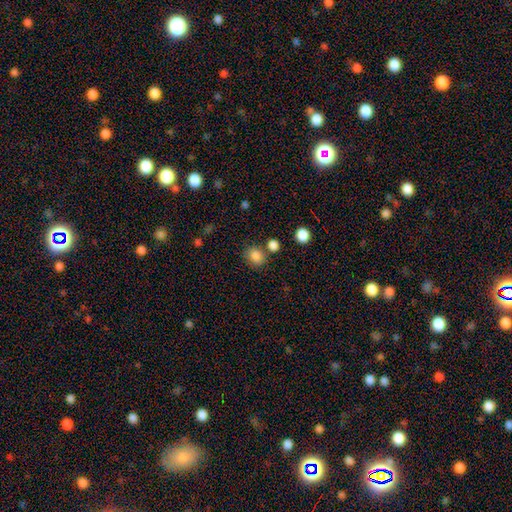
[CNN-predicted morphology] smooth_or_featured: smooth (p=0.84) [alt: star or artifact p=0.11]
how_rounded: round (p=0.68) [alt: in between p=0.31]
merging: none (p=0.72) [alt: minor disturbance p=0.12]